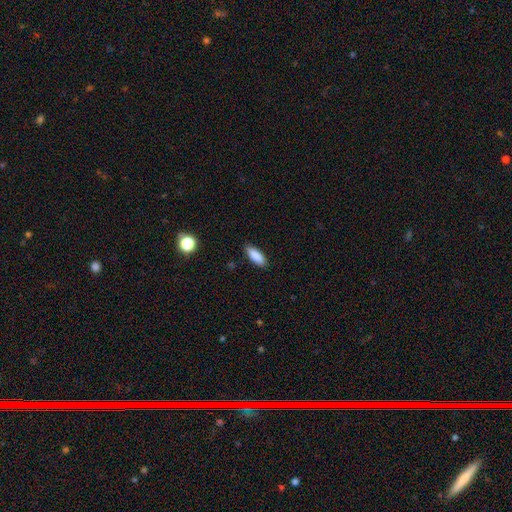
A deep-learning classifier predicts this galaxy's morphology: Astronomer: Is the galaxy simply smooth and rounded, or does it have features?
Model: smooth — 88%.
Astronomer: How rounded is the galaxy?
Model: in between — 72%.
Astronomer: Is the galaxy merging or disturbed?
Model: none — 87%.